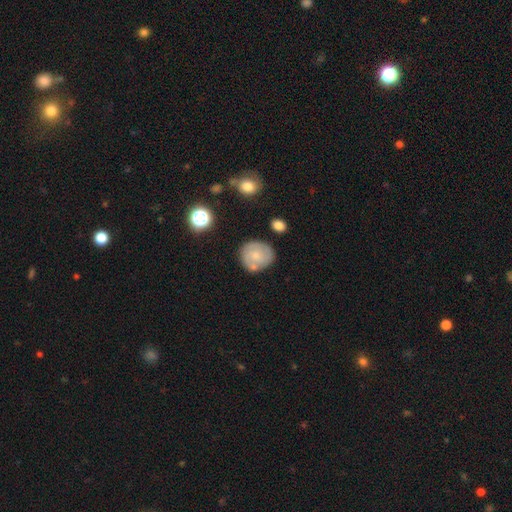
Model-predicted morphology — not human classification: This appears to be a smooth galaxy with no disk features (59%) that is round (84%). Merging: none (67%).